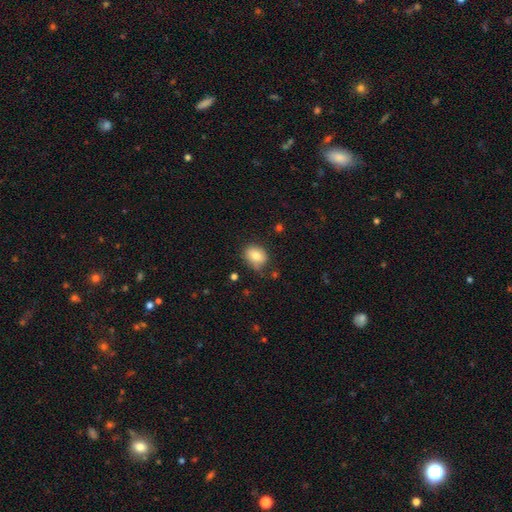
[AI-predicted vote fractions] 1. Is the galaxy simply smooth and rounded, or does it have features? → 81% smooth, 10% featured or disk, 9% star or artifact.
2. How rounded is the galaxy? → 50% in between, 49% round, 1% cigar-shaped.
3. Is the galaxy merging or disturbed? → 74% none, 20% minor disturbance, 4% major disturbance, 2% merger.